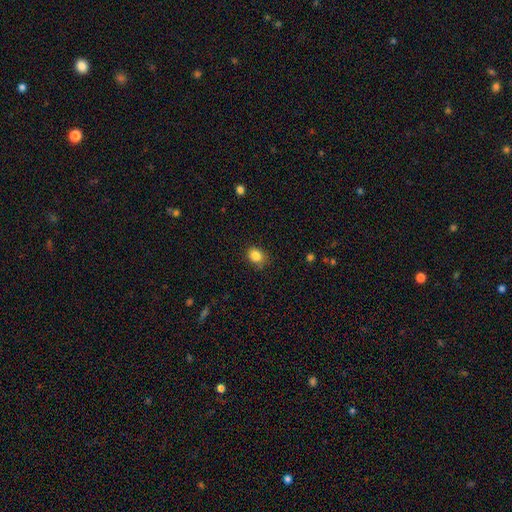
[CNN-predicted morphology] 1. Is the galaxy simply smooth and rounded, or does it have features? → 85% smooth, 10% star or artifact, 4% featured or disk.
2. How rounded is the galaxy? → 58% round, 41% in between, 1% cigar-shaped.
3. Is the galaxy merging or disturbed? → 80% none, 15% minor disturbance, 3% major disturbance, 1% merger.